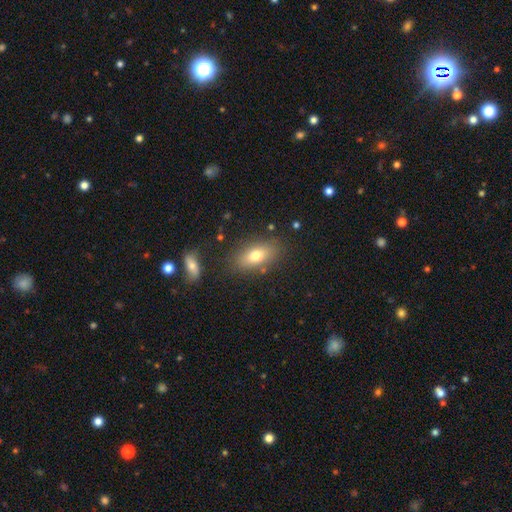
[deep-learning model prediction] Smooth or featured? smooth (73%)
How rounded? in between (85%)
Merging? none (80%)